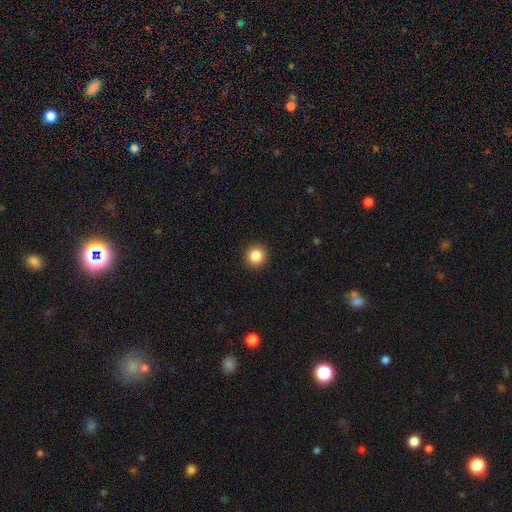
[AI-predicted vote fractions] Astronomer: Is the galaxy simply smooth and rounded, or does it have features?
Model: smooth — 86%.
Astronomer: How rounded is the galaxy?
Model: round — 95%.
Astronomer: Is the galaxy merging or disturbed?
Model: none — 93%.